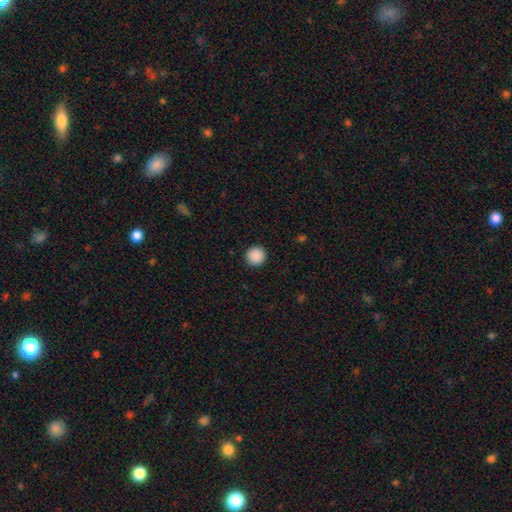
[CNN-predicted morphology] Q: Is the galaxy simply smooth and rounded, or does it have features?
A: smooth — 89%.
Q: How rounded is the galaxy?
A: round — 95%.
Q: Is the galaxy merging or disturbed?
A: none — 93%.